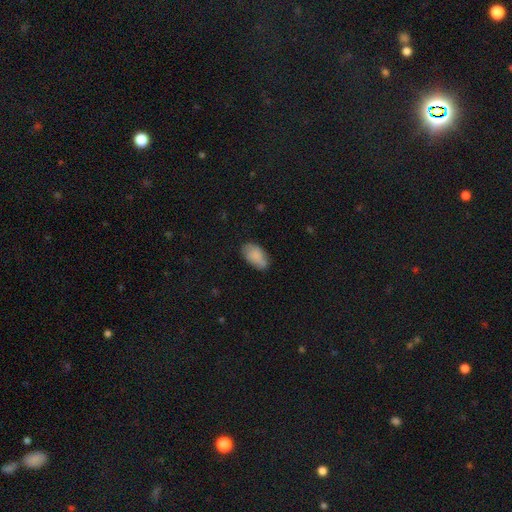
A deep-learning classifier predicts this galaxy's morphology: smooth-or-featured: smooth: 83% | featured or disk: 10% | star or artifact: 7%
  how-rounded: in between: 93% | round: 5% | cigar-shaped: 2%
  merging: none: 69% | minor disturbance: 24% | major disturbance: 5% | merger: 2%